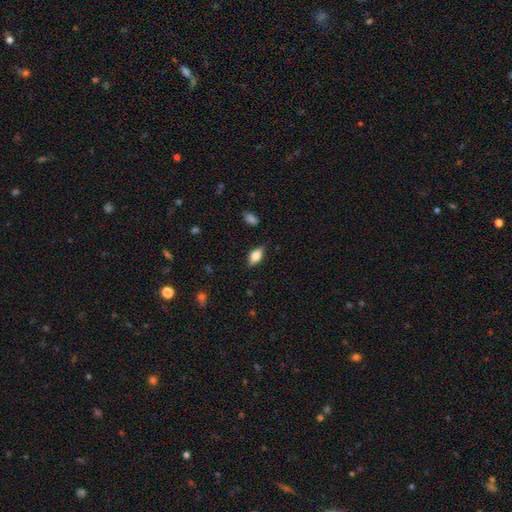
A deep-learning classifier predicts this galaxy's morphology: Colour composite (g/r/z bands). It shows a smooth galaxy with no disk features (65%) that is in between round and cigar-shaped (85%). Merging: none (82%).